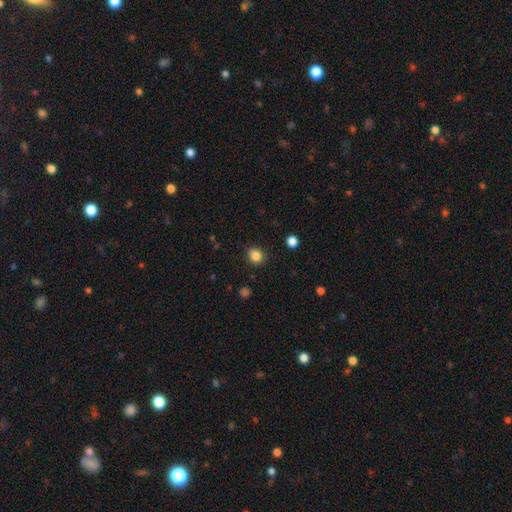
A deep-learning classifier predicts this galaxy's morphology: smooth-or-featured: smooth: 85% | star or artifact: 11% | featured or disk: 4%
  how-rounded: round: 77% | in between: 22% | cigar-shaped: 1%
  merging: none: 87% | minor disturbance: 9% | major disturbance: 2% | merger: 1%